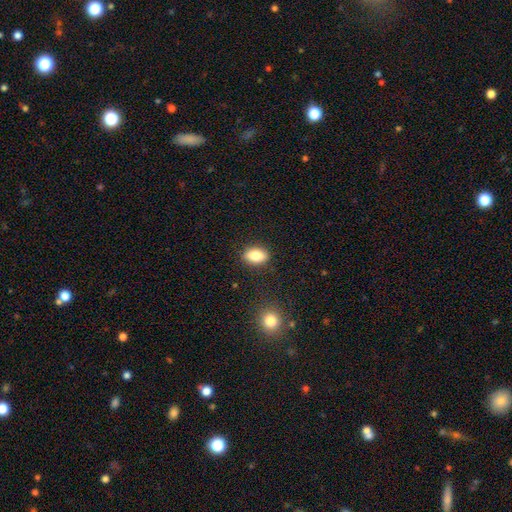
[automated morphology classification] The model was most divided on "how rounded": in between: 84%, round: 13%, cigar-shaped: 3%. More confident: merging — none (87%); smooth or featured — smooth (83%).